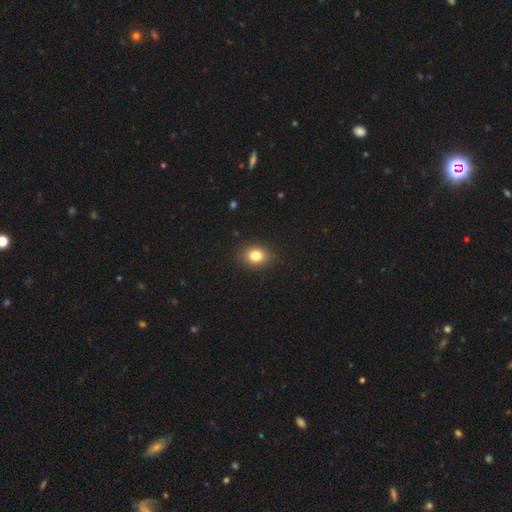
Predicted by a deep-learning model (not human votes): This appears to be a smooth galaxy with no disk features (82%) that is round (57%). Merging: none (89%).